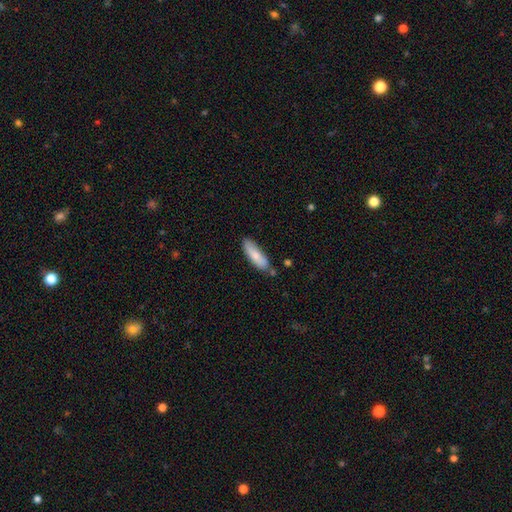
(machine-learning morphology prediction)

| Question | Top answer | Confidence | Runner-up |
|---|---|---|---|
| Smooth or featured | smooth | 79% | featured or disk (15%) |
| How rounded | cigar-shaped | 49% | tied: in between (49%) |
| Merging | none | 72% | minor disturbance (19%) |